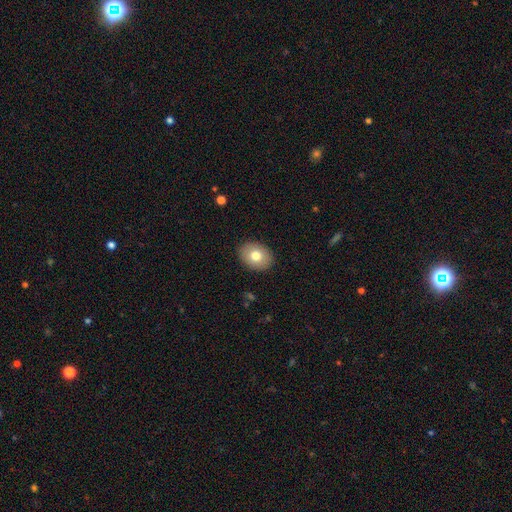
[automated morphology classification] Smooth or featured? smooth (77%)
How rounded? in between (66%)
Merging? none (90%)